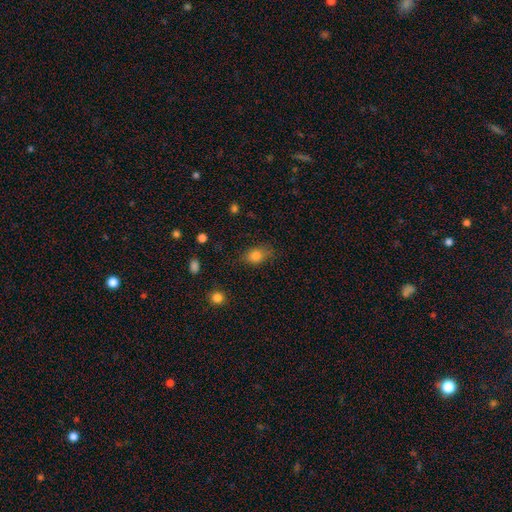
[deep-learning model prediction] Smooth or featured: smooth — 81% (star or artifact — 10%)
How rounded: in between — 76% (round — 22%)
Merging: none — 73% (minor disturbance — 20%)